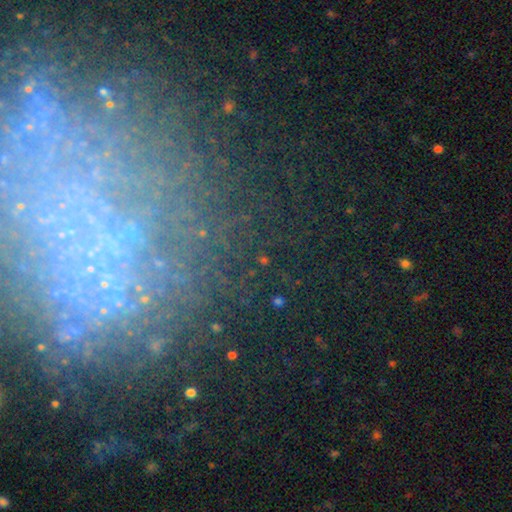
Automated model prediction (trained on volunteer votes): A star or artifact, not a galaxy (47%).